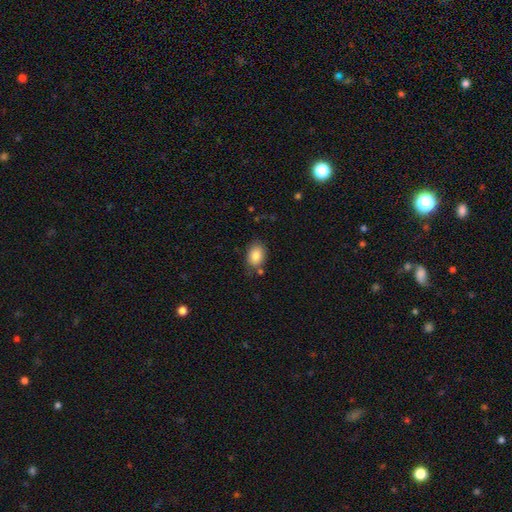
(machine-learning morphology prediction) type=smooth (85%); roundness=in between (78%); merging=none (73%).